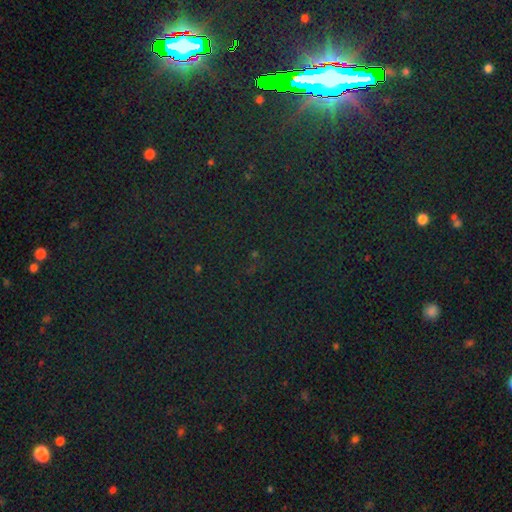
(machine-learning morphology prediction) The model was most divided on "smooth or featured": star or artifact: 81%, smooth: 12%, featured or disk: 8%.